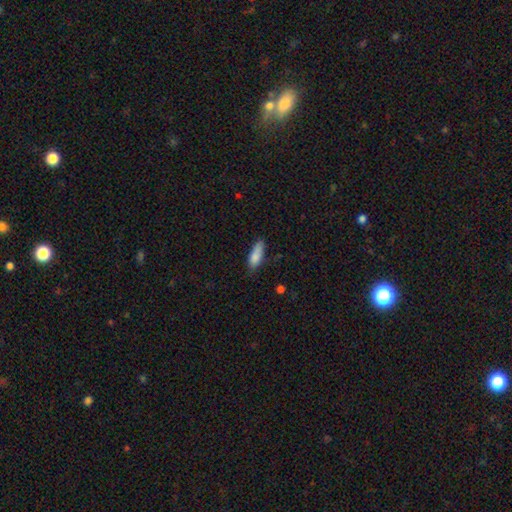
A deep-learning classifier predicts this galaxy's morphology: smooth-or-featured: smooth: 83% | featured or disk: 10% | star or artifact: 7%
  how-rounded: in between: 62% | cigar-shaped: 36% | round: 2%
  merging: none: 61% | minor disturbance: 30% | major disturbance: 6% | merger: 3%